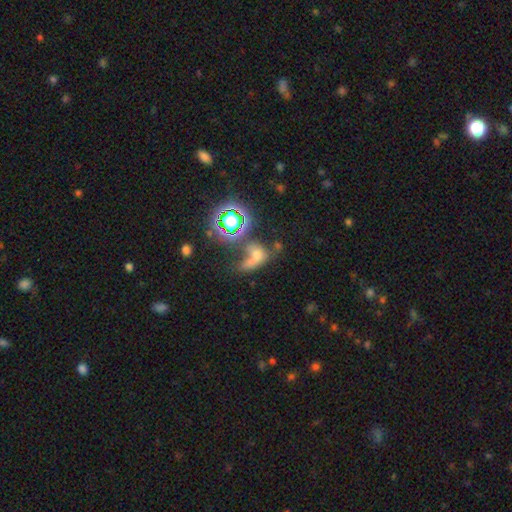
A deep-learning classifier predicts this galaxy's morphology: Smooth or featured: smooth — 48% (star or artifact — 31%)
Merging: merger — 40% (none — 26%)